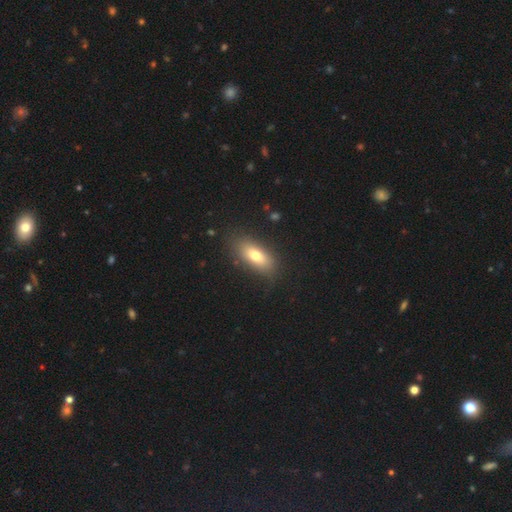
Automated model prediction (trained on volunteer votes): Smooth or featured? Predicted: smooth (p=0.73). How rounded? Predicted: in between (p=0.79). Merging? Predicted: none (p=0.83).